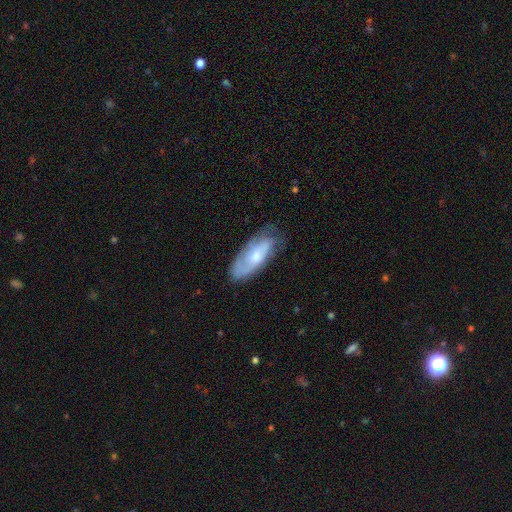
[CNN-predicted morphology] smooth_or_featured: featured or disk (p=0.57) [alt: smooth p=0.36]
disk_edge_on: no (p=0.88) [alt: yes p=0.12]
bar: no (p=0.67) [alt: weak p=0.28]
has_spiral_arms: yes (p=0.83) [alt: no p=0.17]
bulge_size: moderate (p=0.46) [alt: small p=0.44]
merging: none (p=0.63) [alt: minor disturbance p=0.26]